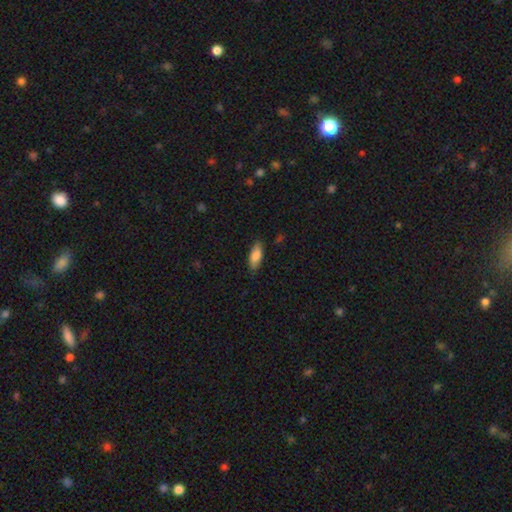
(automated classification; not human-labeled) smooth 84%, featured or disk 10%, star or artifact 6%. Down the decision tree: how rounded — in between (78%); merging — none (83%).